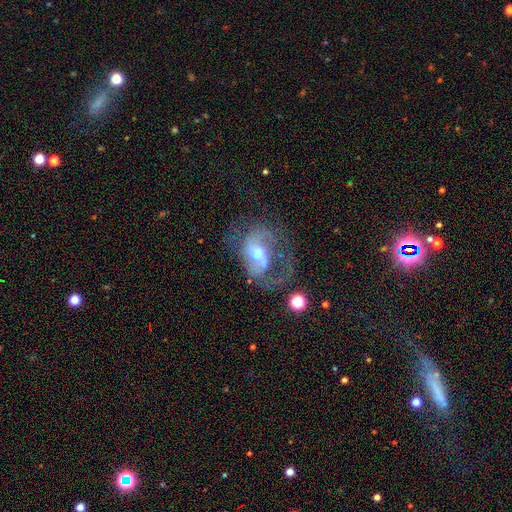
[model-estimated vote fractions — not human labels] A featured or disk galaxy (77%) with no bar (44%), 2 (52%) medium (43%) spiral arms (84%) and a moderate central bulge (66%).

Vote fractions:
- Smooth or featured? featured or disk: 77% / smooth: 14% / star or artifact: 8%
- Edge-on disk? no: 97% / yes: 3%
- Bar? no: 44% / weak: 42% / strong: 13%
- Spiral arms? yes: 84% / no: 16%
- Spiral winding? medium: 43% / loose: 42% / tight: 15%
- Spiral arm count? 2: 52% / 1: 29% / can't tell: 13% / 3: 3% / 4: 1% / more than 4: 1%
- Bulge size? moderate: 66% / small: 21% / large: 10% / none: 2% / dominant: 1%
- Merging? major disturbance: 39% / none: 34% / minor disturbance: 18% / merger: 10%